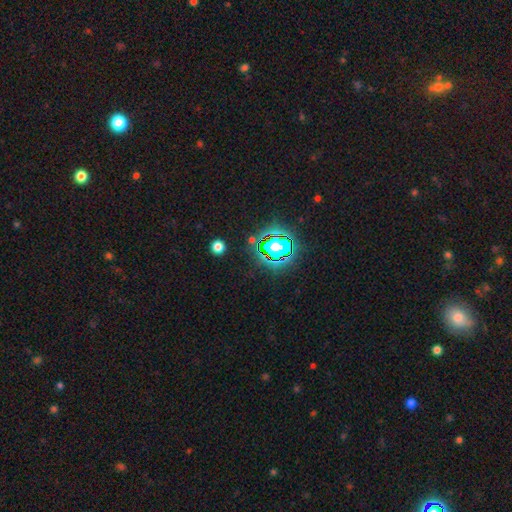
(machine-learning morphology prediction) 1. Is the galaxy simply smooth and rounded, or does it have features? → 82% star or artifact, 11% smooth, 7% featured or disk.